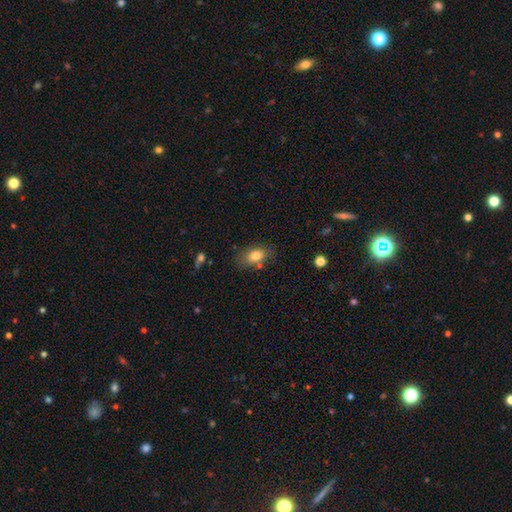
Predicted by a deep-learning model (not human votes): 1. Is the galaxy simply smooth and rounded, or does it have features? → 80% smooth, 11% featured or disk, 9% star or artifact.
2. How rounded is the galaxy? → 86% in between, 11% round, 3% cigar-shaped.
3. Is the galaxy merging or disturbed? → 73% none, 16% minor disturbance, 6% merger, 4% major disturbance.